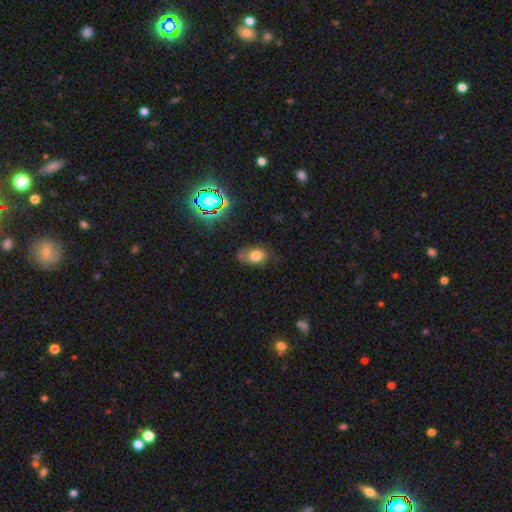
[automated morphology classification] Smooth or featured? smooth (73%)
How rounded? in between (78%)
Merging? none (58%)